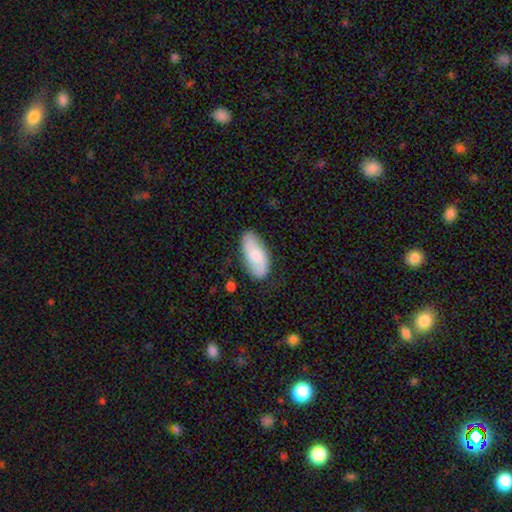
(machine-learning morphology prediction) Overall: smooth (66%; featured or disk 29%). How rounded: in between (90%). Merging: none (78%).